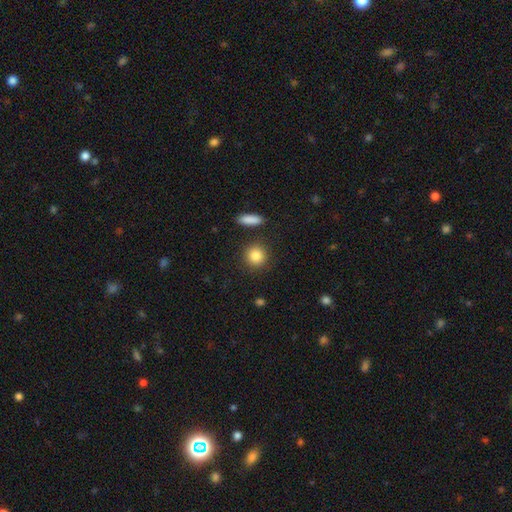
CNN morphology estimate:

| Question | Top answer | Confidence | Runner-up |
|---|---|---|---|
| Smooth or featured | smooth | 86% | star or artifact (8%) |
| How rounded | round | 89% | in between (10%) |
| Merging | none | 87% | minor disturbance (7%) |